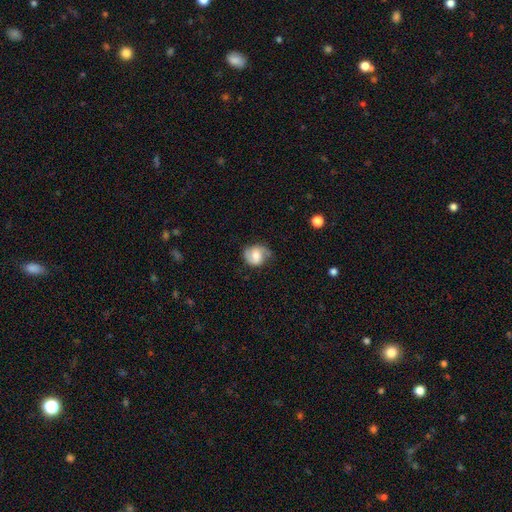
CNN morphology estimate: Smooth or featured? Predicted: featured or disk (p=0.51). Edge-on disk? Predicted: no (p=0.97). Merging? Predicted: none (p=0.62).